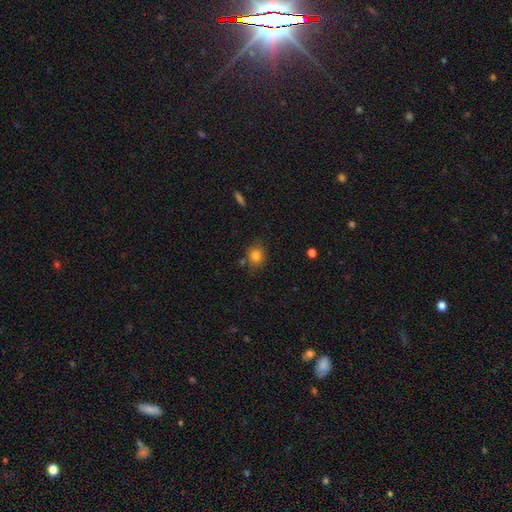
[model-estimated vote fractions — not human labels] Smooth or featured?
  - smooth: 81% *
  - star or artifact: 11%
  - featured or disk: 8%
How rounded?
  - round: 75% *
  - in between: 24%
  - cigar-shaped: 1%
Merging?
  - none: 77% *
  - minor disturbance: 14%
  - merger: 6%
  - major disturbance: 3%